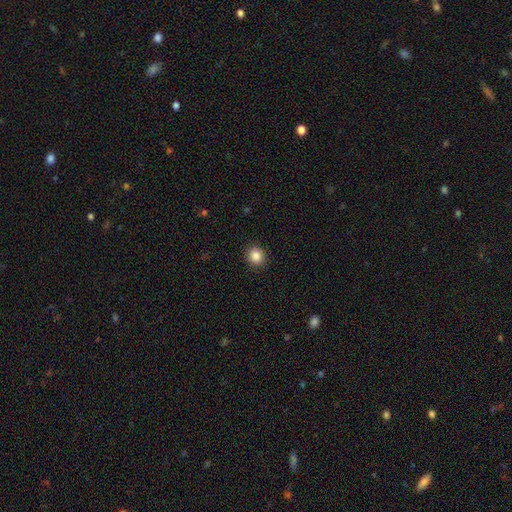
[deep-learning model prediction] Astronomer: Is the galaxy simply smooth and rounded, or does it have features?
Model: smooth — 86%.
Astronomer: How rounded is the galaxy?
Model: round — 90%.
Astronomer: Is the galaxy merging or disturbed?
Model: none — 92%.